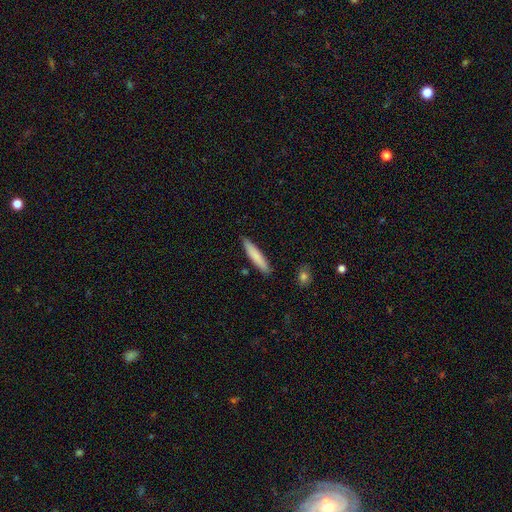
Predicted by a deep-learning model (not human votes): A smooth galaxy with no disk features (80%) that is cigar-shaped (88%).

Vote fractions:
- Smooth or featured? smooth: 80% / featured or disk: 15% / star or artifact: 6%
- How rounded? cigar-shaped: 88% / in between: 10% / round: 1%
- Merging? none: 87% / minor disturbance: 9% / merger: 2% / major disturbance: 2%